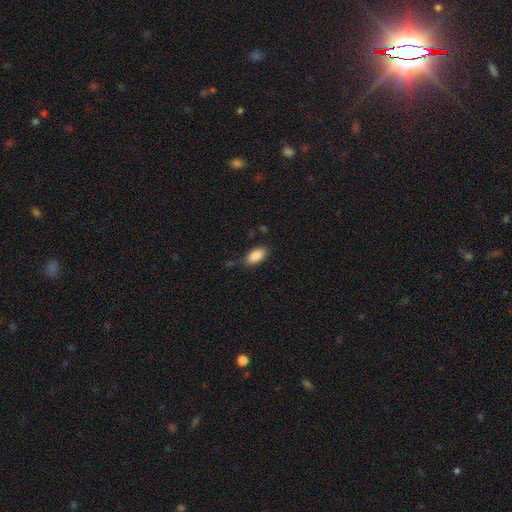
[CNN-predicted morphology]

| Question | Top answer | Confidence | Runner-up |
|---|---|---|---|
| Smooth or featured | smooth | 88% | star or artifact (7%) |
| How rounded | in between | 92% | cigar-shaped (4%) |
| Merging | none | 76% | minor disturbance (17%) |